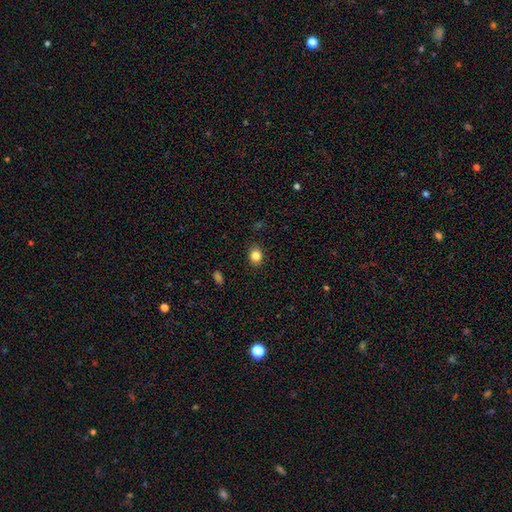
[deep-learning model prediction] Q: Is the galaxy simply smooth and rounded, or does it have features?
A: smooth — 84%.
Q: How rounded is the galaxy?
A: round — 58%.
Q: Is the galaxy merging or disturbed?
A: none — 88%.